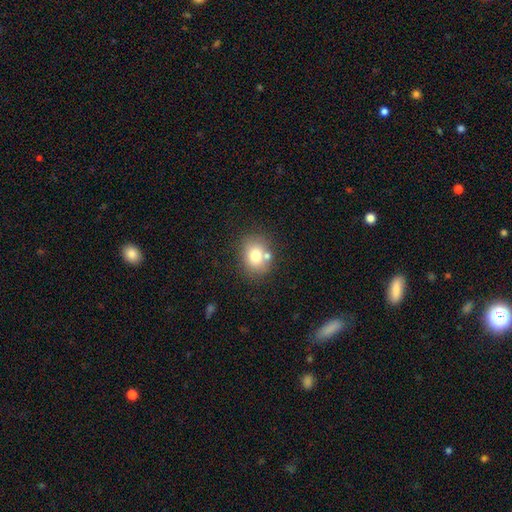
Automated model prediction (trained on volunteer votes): Overall: smooth (75%). How rounded: round (52%; in between 47%). Merging: none (66%).